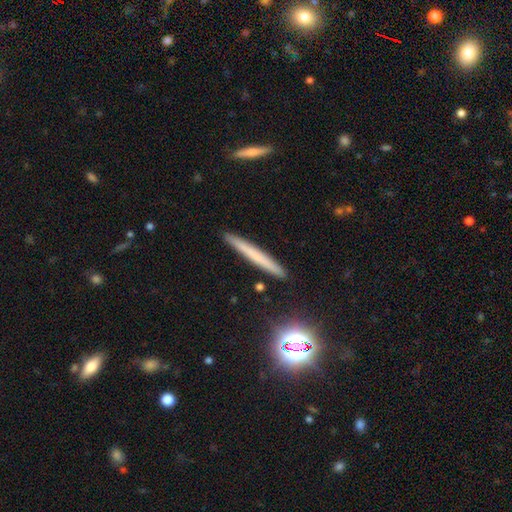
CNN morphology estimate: smooth_or_featured: smooth (p=0.60) [alt: featured or disk p=0.30]
how_rounded: cigar-shaped (p=0.96) [alt: in between p=0.02]
merging: none (p=0.91) [alt: minor disturbance p=0.06]